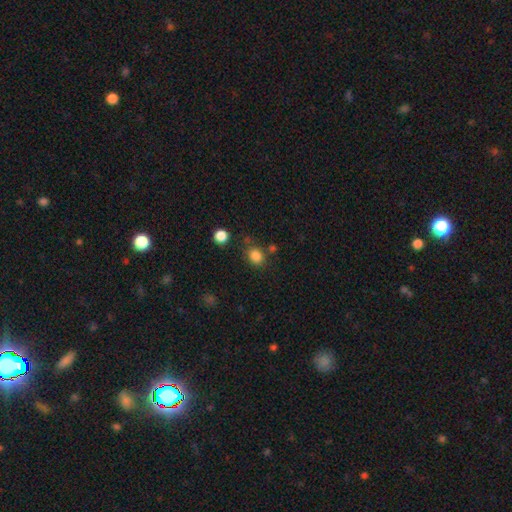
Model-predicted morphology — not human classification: Smooth or featured? Predicted: smooth (p=0.83). How rounded? Predicted: round (p=0.55). Merging? Predicted: none (p=0.74).